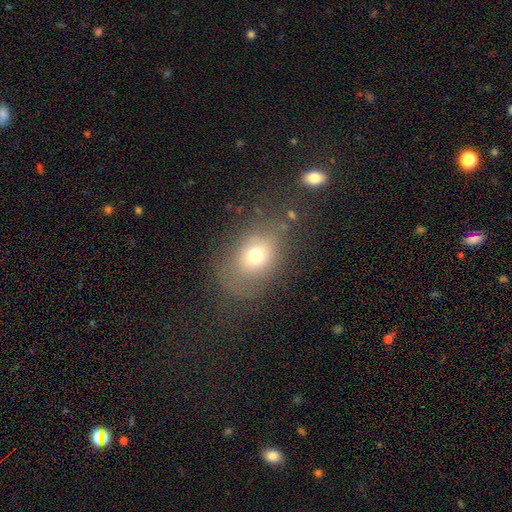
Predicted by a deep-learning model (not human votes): Overall: smooth (68%). How rounded: in between (64%; round 35%). Merging: none (58%; minor disturbance 22%).